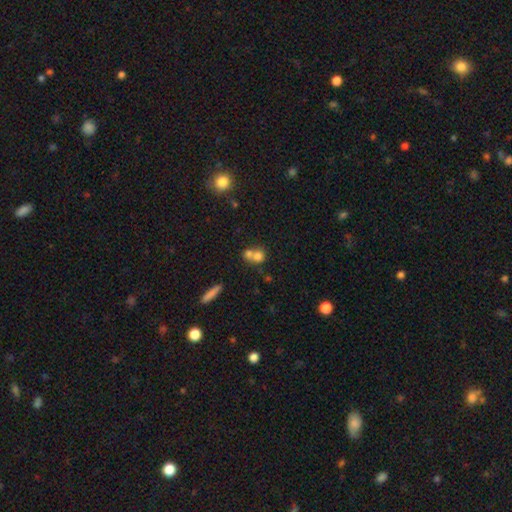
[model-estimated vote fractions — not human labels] smooth_or_featured: smooth (p=0.72) [alt: featured or disk p=0.17]
how_rounded: round (p=0.74) [alt: in between p=0.24]
merging: merger (p=0.61) [alt: none p=0.30]